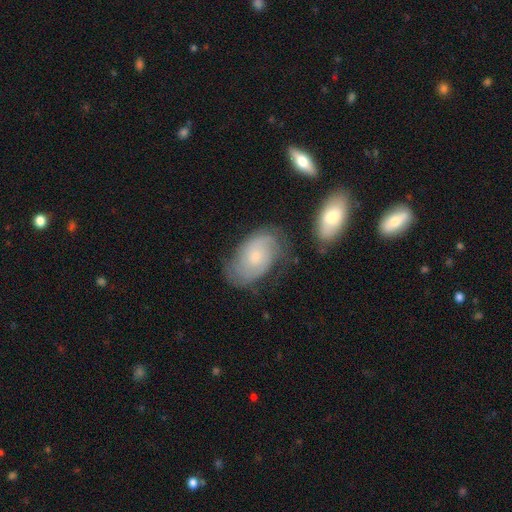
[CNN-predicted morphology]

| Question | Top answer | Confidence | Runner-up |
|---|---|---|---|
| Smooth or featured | featured or disk | 63% | smooth (30%) |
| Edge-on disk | no | 96% | yes (4%) |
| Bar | no | 73% | weak (24%) |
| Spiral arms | yes | 88% | no (12%) |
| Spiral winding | tight | 50% | medium (37%) |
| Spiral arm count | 2 | 55% | can't tell (29%) |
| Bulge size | small | 59% | moderate (33%) |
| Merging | none | 65% | minor disturbance (22%) |